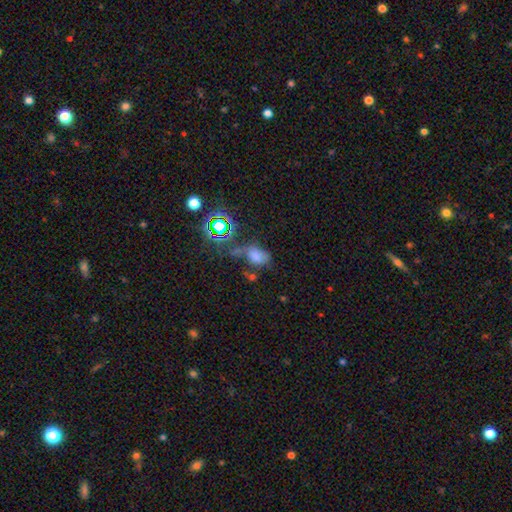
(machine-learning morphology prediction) Q: Smooth or featured?
A: smooth (62%); runner-up: star or artifact (26%)
Q: How rounded?
A: in between (84%); runner-up: round (13%)
Q: Merging?
A: none (35%); runner-up: merger (23%)